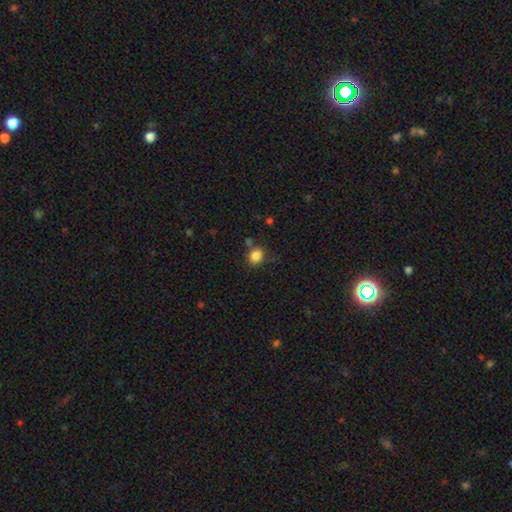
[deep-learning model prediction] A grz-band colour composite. It shows a smooth galaxy with no disk features (85%) that is round (67%). Merging: none (71%).